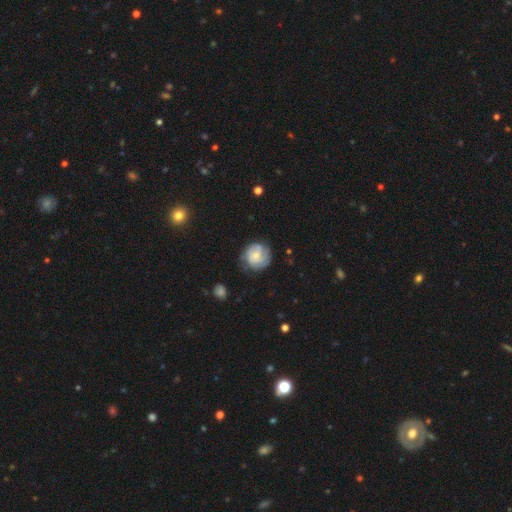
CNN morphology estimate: A featured or disk galaxy (53%) with no bar (68%), spiral arms (86%) and a small central bulge (60%).

Vote fractions:
- Smooth or featured? featured or disk: 53% / smooth: 40% / star or artifact: 7%
- Edge-on disk? no: 98% / yes: 2%
- Bar? no: 68% / weak: 28% / strong: 4%
- Spiral arms? yes: 86% / no: 14%
- Bulge size? small: 60% / moderate: 30% / none: 7% / large: 3% / dominant: 1%
- Merging? none: 70% / minor disturbance: 21% / major disturbance: 8% / merger: 2%